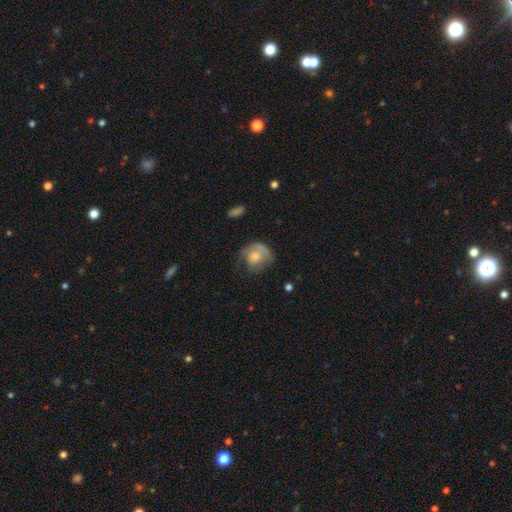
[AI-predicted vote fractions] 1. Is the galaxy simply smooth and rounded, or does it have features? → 51% smooth, 41% featured or disk, 7% star or artifact.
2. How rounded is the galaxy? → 67% round, 32% in between, 1% cigar-shaped.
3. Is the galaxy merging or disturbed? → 39% none, 31% major disturbance, 27% minor disturbance, 3% merger.